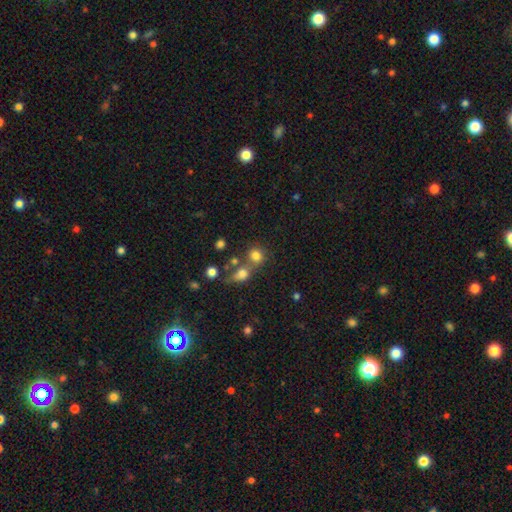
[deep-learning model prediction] Smooth or featured: smooth — 78% (star or artifact — 13%)
How rounded: round — 82% (in between — 17%)
Merging: none — 52% (merger — 33%)